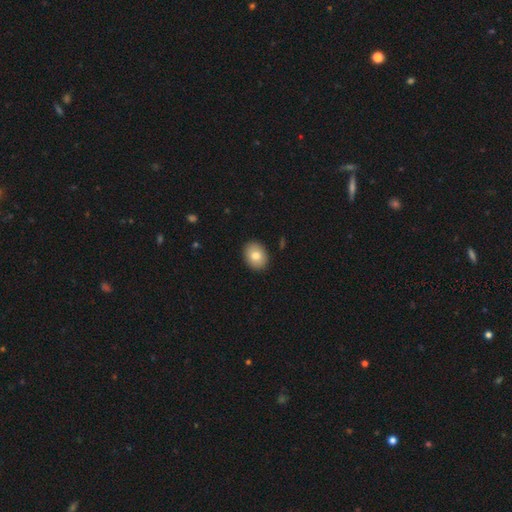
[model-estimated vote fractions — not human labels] A smooth galaxy with no disk features (80%) that is in between round and cigar-shaped (61%). Merging: none (90%).